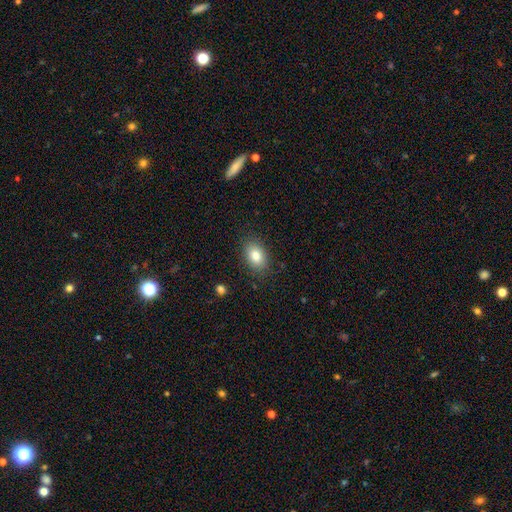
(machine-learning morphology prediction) Smooth or featured: smooth — 82% (featured or disk — 9%)
How rounded: in between — 80% (round — 18%)
Merging: none — 85% (minor disturbance — 11%)